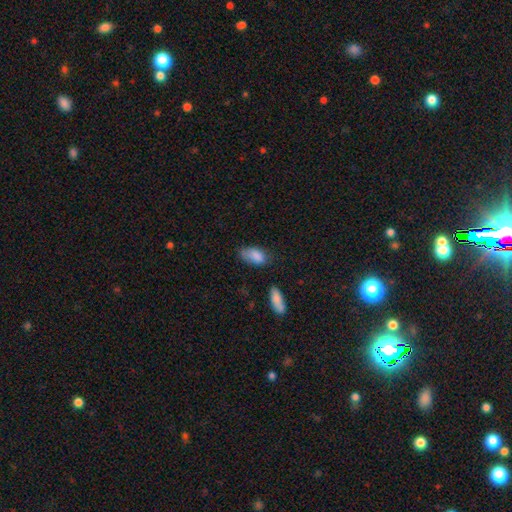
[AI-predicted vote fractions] smooth_or_featured: smooth (p=0.84) [alt: featured or disk p=0.08]
how_rounded: in between (p=0.92) [alt: cigar-shaped p=0.05]
merging: none (p=0.53) [alt: minor disturbance p=0.33]